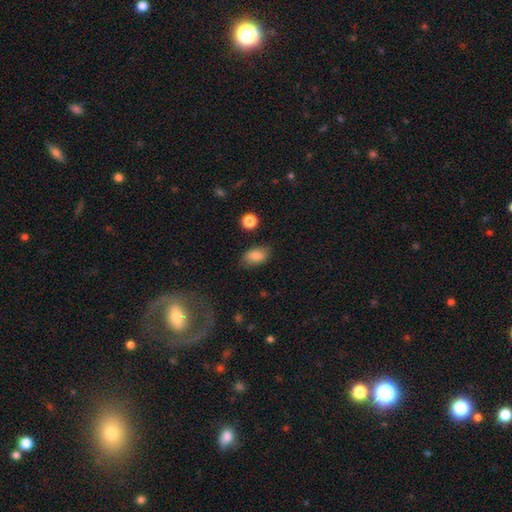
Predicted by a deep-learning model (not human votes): This appears to be a smooth galaxy with no disk features (83%) that is in between round and cigar-shaped (89%). Merging: none (78%).